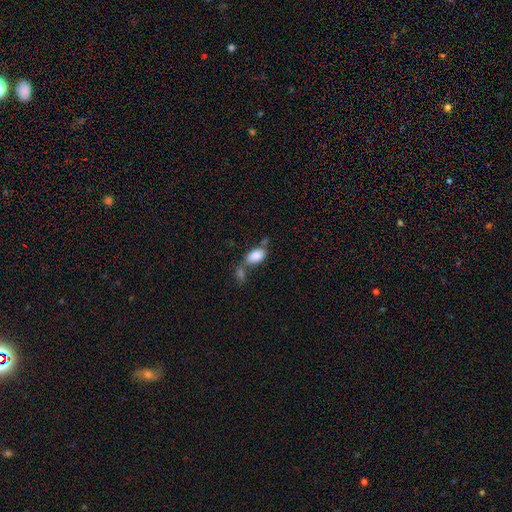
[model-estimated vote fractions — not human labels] smooth 85%, star or artifact 8%, featured or disk 7%. Down the decision tree: how rounded — in between (93%); merging — merger (41%).